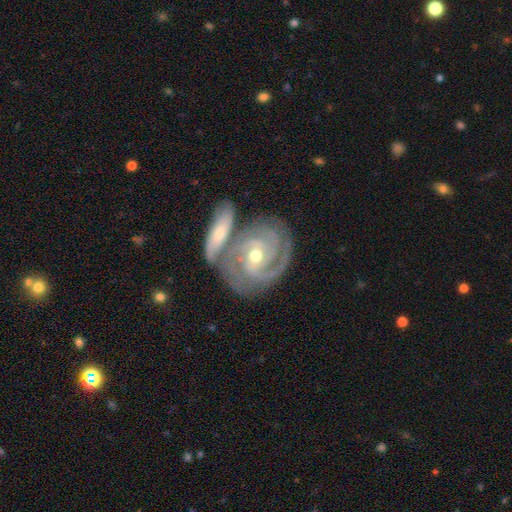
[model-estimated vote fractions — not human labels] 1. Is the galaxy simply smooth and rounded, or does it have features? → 89% featured or disk, 6% smooth, 5% star or artifact.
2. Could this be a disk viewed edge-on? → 96% no, 4% yes.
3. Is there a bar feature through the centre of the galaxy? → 45% no, 40% weak, 15% strong.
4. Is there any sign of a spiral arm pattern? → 98% yes, 2% no.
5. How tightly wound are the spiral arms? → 71% tight, 25% medium, 4% loose.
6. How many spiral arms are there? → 41% 3, 25% 2, 15% can't tell, 11% 4, 4% 1, 4% more than 4.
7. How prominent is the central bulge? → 58% moderate, 38% small, 2% large, 1% none, 1% dominant.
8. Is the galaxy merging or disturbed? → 55% none, 25% merger, 15% minor disturbance, 5% major disturbance.